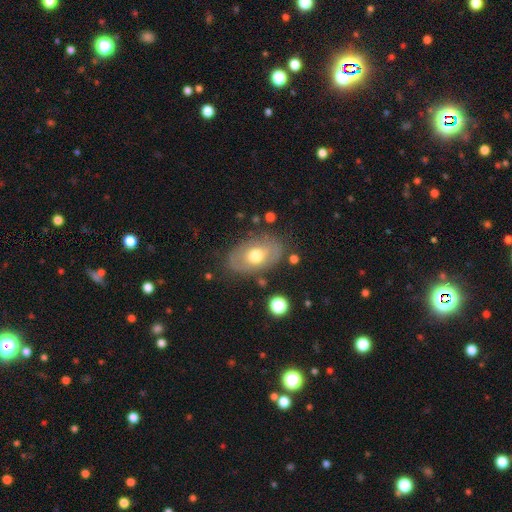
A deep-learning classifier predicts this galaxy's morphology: Q: Smooth or featured?
A: smooth (50%); runner-up: featured or disk (42%)
Q: How rounded?
A: in between (85%); runner-up: round (13%)
Q: Merging?
A: none (75%); runner-up: minor disturbance (16%)